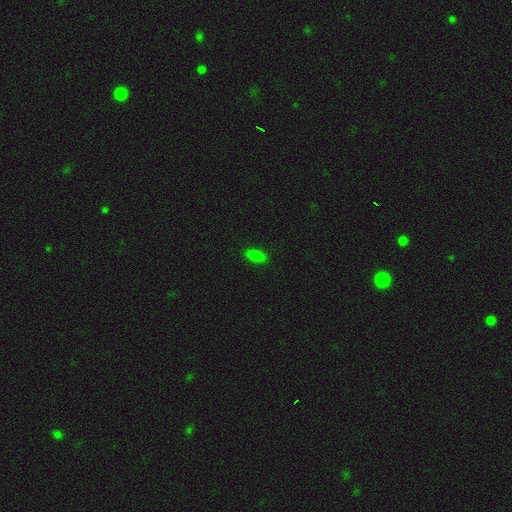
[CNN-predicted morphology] Smooth or featured? Predicted: smooth (p=0.84). How rounded? Predicted: in between (p=0.76). Merging? Predicted: none (p=0.89).